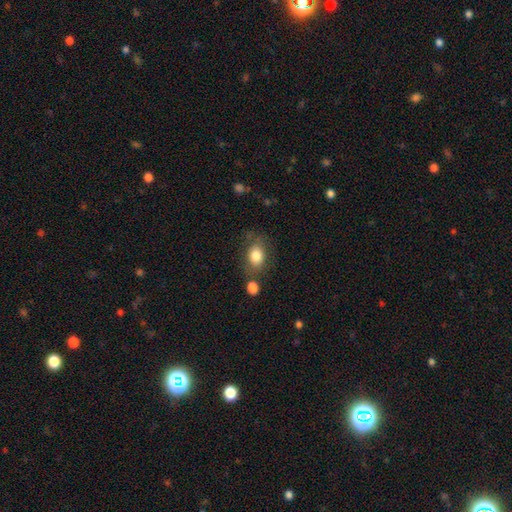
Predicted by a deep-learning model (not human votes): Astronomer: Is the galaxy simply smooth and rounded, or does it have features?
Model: smooth — 82%.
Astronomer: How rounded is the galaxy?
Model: in between — 72%.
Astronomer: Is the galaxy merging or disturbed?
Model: none — 65%.